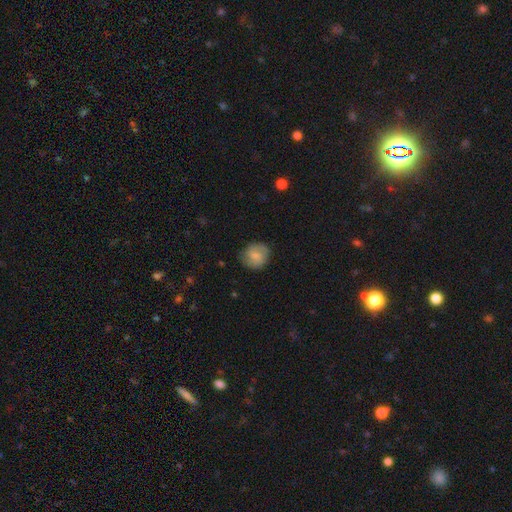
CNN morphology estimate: Smooth or featured? Predicted: smooth (p=0.57). How rounded? Predicted: round (p=0.82). Merging? Predicted: none (p=0.76).